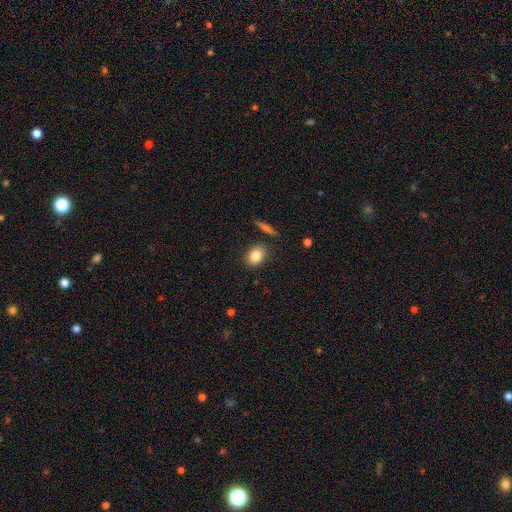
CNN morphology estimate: type=smooth (84%); roundness=in between (66%); merging=none (83%).